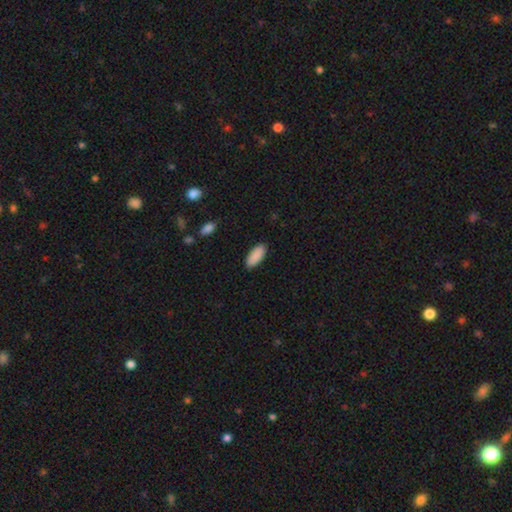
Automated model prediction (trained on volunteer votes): This appears to be a smooth galaxy with no disk features (91%) that is in between round and cigar-shaped (83%). Merging: none (89%).